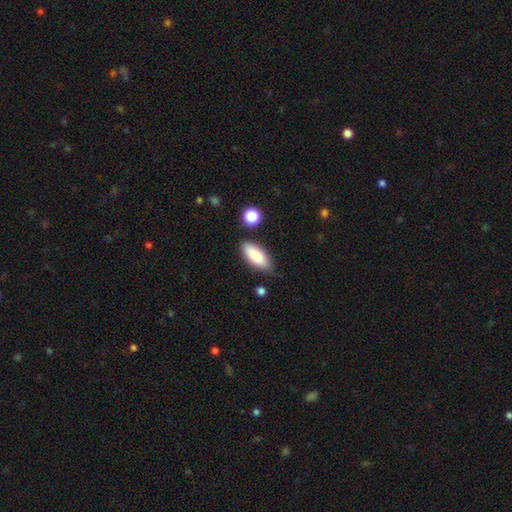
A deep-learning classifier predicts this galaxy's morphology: Overall: smooth (85%). How rounded: in between (81%). Merging: none (78%).